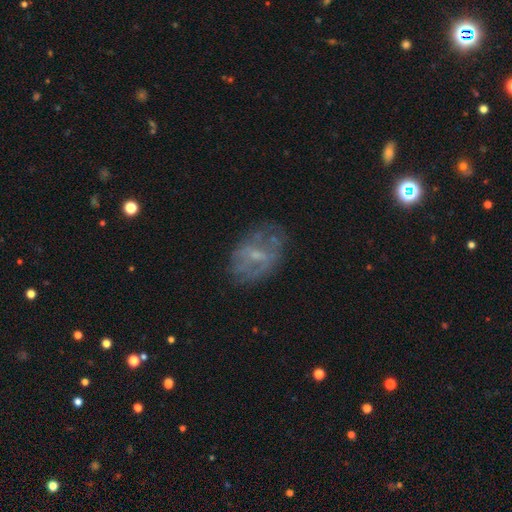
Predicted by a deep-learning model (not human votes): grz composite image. It shows a featured or disk galaxy (60%) with a weak bar (45%), no spiral arms (60%) and a small central bulge (59%). Merging: none (61%).